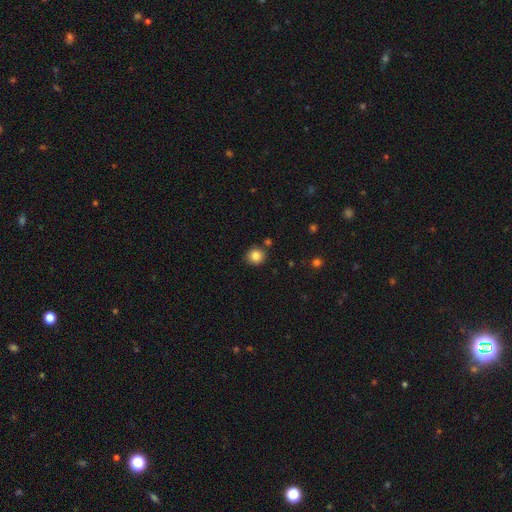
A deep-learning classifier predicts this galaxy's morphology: Q: Smooth or featured?
A: smooth (84%); runner-up: star or artifact (11%)
Q: How rounded?
A: round (85%); runner-up: in between (14%)
Q: Merging?
A: none (82%); runner-up: minor disturbance (10%)